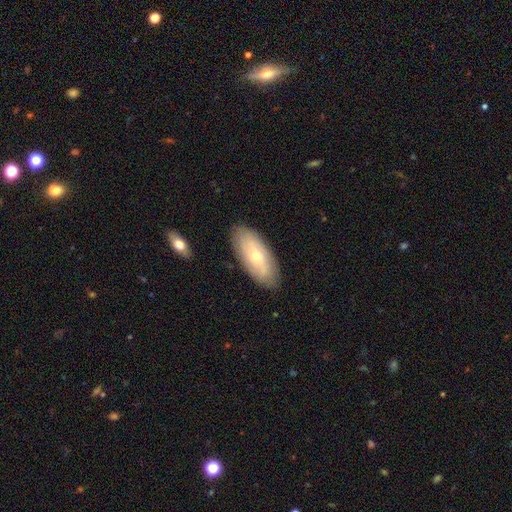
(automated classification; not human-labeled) A smooth galaxy with no disk features (48%).

Vote fractions:
- Smooth or featured? smooth: 48% / featured or disk: 45% / star or artifact: 7%
- Merging? none: 84% / minor disturbance: 12% / major disturbance: 3% / merger: 1%